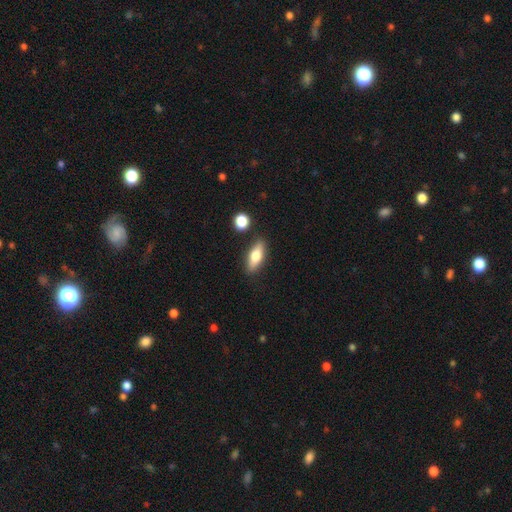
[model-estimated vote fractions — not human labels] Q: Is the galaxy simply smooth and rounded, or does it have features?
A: smooth — 66%.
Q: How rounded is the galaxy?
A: in between — 65%.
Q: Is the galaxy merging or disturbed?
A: none — 84%.